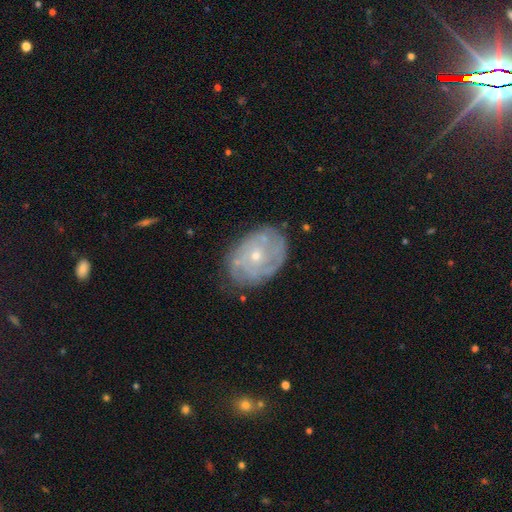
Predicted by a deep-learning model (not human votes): Morphology: type=featured or disk (75%); edge-on=no (96%); bar=no (82%); spiral arms=yes (82%); winding=tight (67%); arm count=can't tell (49%); bulge=small (68%); merging=none (72%).